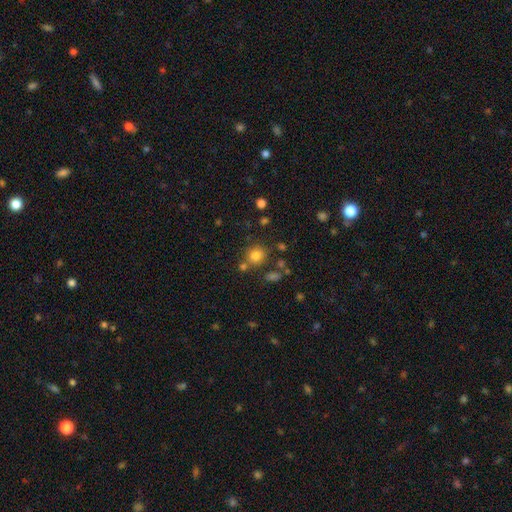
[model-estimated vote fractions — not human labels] Morphology: type=smooth (79%); roundness=round (80%); merging=none (72%).